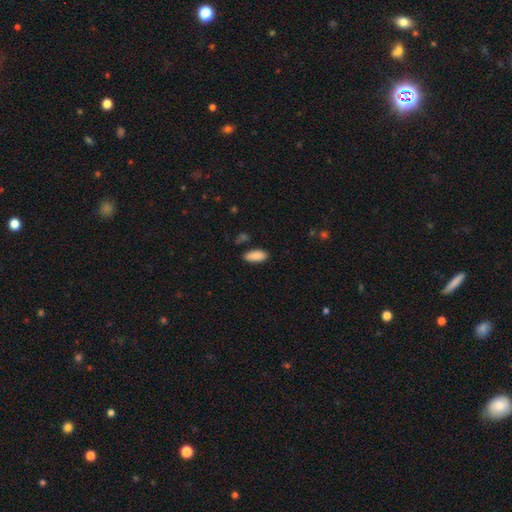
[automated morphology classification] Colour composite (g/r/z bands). It shows a smooth galaxy with no disk features (89%) that is in between round and cigar-shaped (87%). Merging: none (83%).